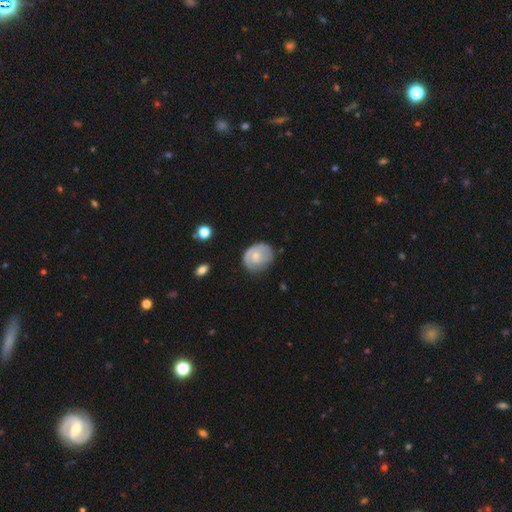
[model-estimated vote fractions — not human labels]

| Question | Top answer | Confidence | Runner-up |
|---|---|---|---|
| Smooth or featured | featured or disk | 60% | smooth (34%) |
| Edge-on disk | no | 97% | yes (3%) |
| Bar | no | 76% | weak (21%) |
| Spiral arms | yes | 78% | no (22%) |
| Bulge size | small | 55% | moderate (39%) |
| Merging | none | 62% | minor disturbance (25%) |